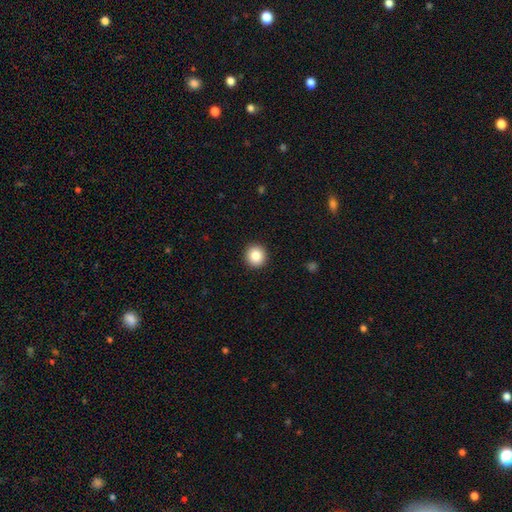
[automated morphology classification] A smooth galaxy with no disk features (86%) that is round (94%). Merging: none (93%).